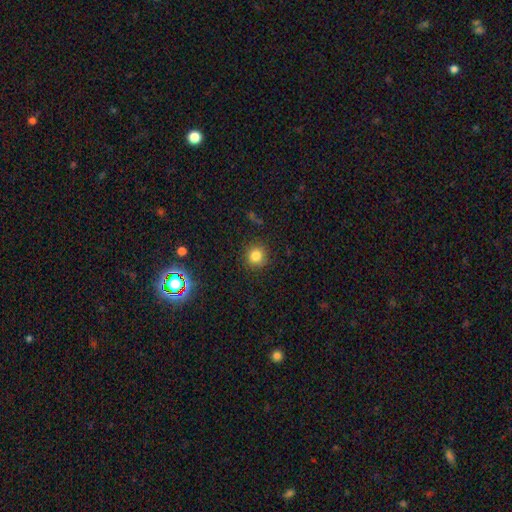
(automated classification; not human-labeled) This appears to be a smooth galaxy with no disk features (81%) that is round (92%). Merging: none (89%).